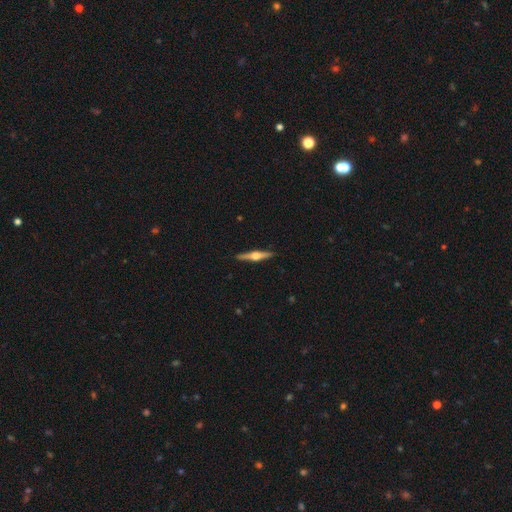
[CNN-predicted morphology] smooth_or_featured: featured or disk (p=0.75) [alt: smooth p=0.19]
disk_edge_on: yes (p=0.98) [alt: no p=0.02]
edge_on_bulge: rounded (p=0.93) [alt: boxy p=0.05]
merging: none (p=0.91) [alt: minor disturbance p=0.06]